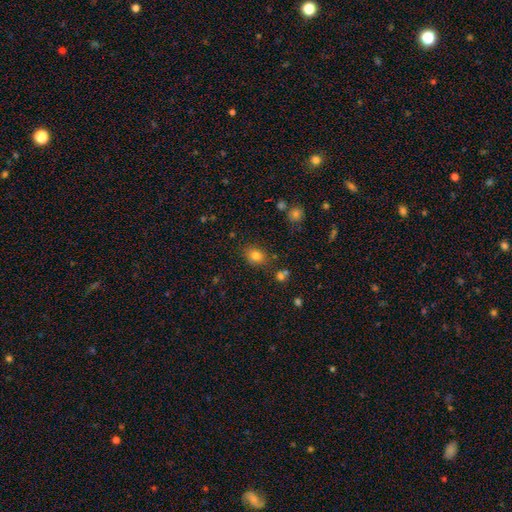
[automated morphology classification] A smooth galaxy with no disk features (80%) that is in between round and cigar-shaped (50%). Merging: none (80%).